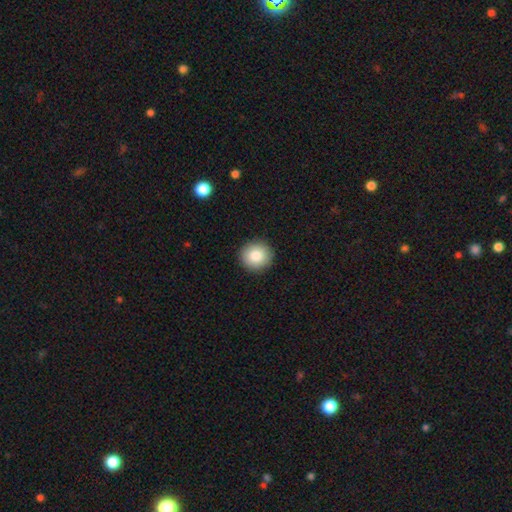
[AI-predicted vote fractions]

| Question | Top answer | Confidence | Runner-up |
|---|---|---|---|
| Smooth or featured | smooth | 85% | star or artifact (8%) |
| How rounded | round | 93% | in between (6%) |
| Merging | none | 92% | minor disturbance (5%) |